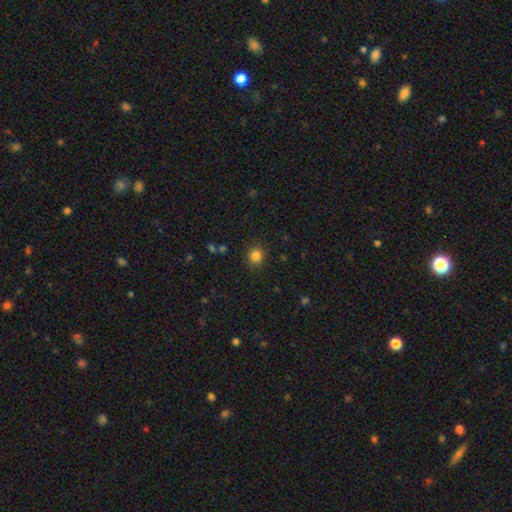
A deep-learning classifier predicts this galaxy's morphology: smooth_or_featured: smooth (p=0.83) [alt: star or artifact p=0.12]
how_rounded: round (p=0.87) [alt: in between p=0.12]
merging: none (p=0.90) [alt: minor disturbance p=0.07]